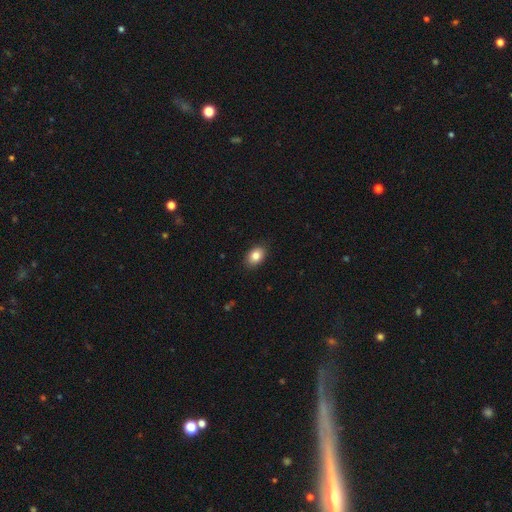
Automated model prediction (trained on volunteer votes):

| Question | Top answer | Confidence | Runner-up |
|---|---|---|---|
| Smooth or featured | smooth | 83% | featured or disk (8%) |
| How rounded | in between | 83% | round (16%) |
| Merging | none | 88% | minor disturbance (9%) |